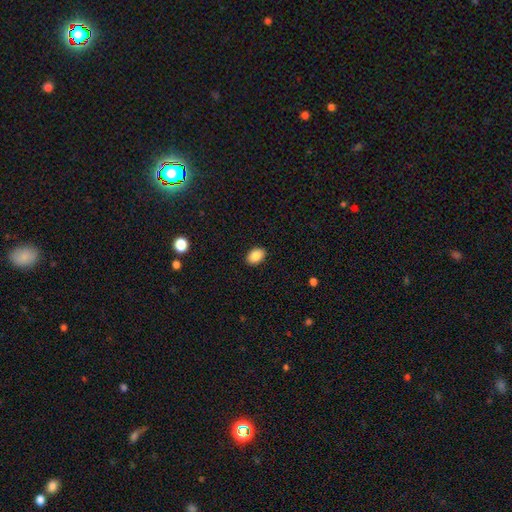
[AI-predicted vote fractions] Morphology: type=smooth (89%); roundness=in between (82%); merging=none (89%).